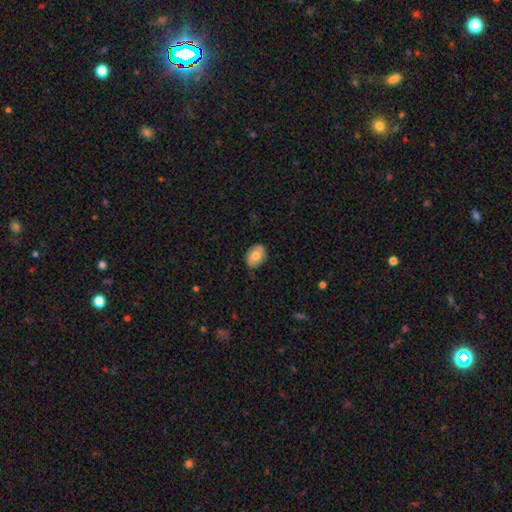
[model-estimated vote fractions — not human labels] smooth_or_featured: smooth (p=0.78) [alt: featured or disk p=0.15]
how_rounded: in between (p=0.80) [alt: round p=0.19]
merging: none (p=0.81) [alt: minor disturbance p=0.15]